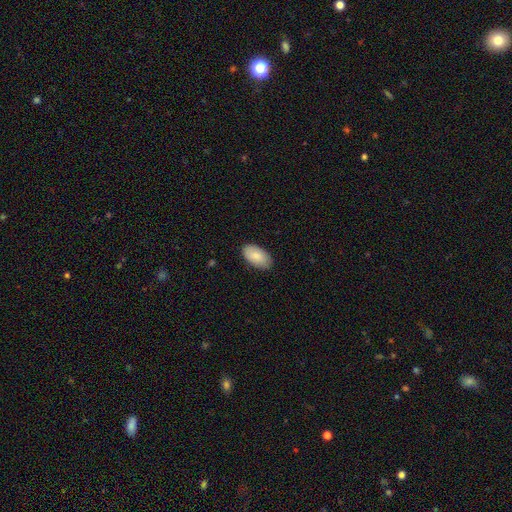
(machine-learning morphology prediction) type=smooth (86%); roundness=in between (96%); merging=none (85%).